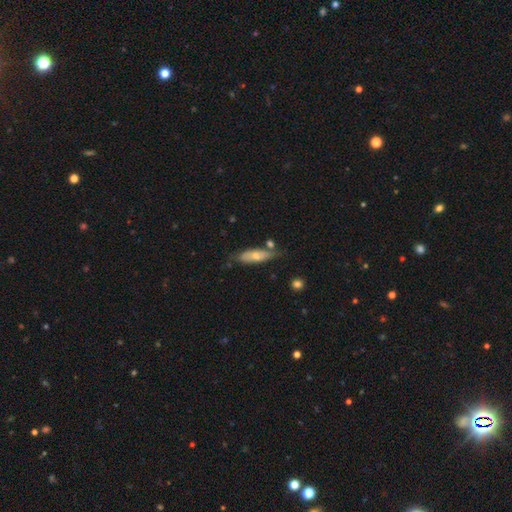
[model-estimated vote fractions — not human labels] The model was most divided on "how rounded": in between: 54%, cigar-shaped: 44%, round: 2%. More confident: merging — none (63%); smooth or featured — smooth (59%).